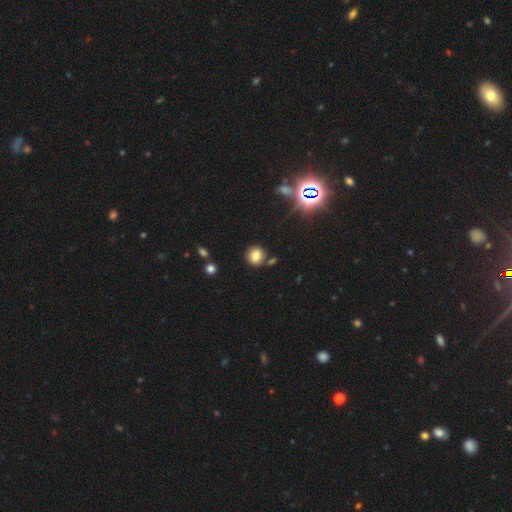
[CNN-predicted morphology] Q: Smooth or featured?
A: smooth (77%); runner-up: star or artifact (14%)
Q: How rounded?
A: round (88%); runner-up: in between (11%)
Q: Merging?
A: none (81%); runner-up: minor disturbance (8%)